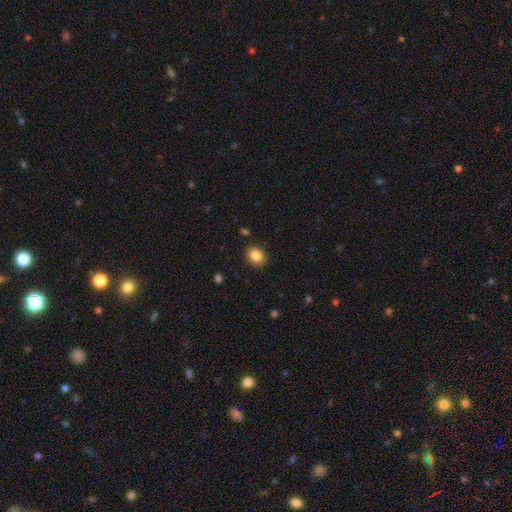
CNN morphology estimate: Smooth or featured?
  - smooth: 86% *
  - star or artifact: 9%
  - featured or disk: 5%
How rounded?
  - round: 56% *
  - in between: 43%
  - cigar-shaped: 1%
Merging?
  - none: 88% *
  - minor disturbance: 8%
  - major disturbance: 2%
  - merger: 1%